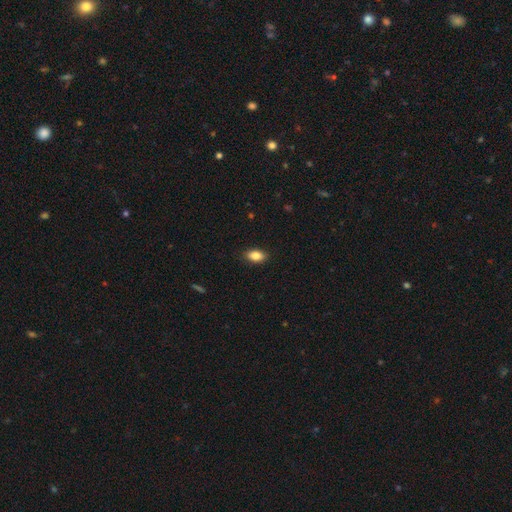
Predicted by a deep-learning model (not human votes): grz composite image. It shows a smooth galaxy with no disk features (86%) that is in between round and cigar-shaped (90%). Merging: none (89%).